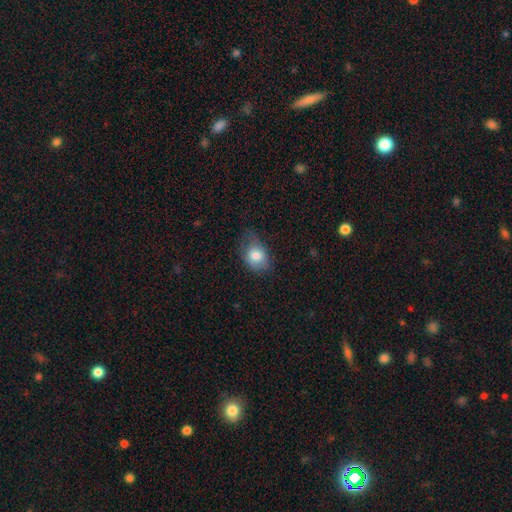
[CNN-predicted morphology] smooth_or_featured: smooth (p=0.78) [alt: featured or disk p=0.14]
how_rounded: in between (p=0.69) [alt: round p=0.30]
merging: none (p=0.42) [alt: minor disturbance p=0.37]